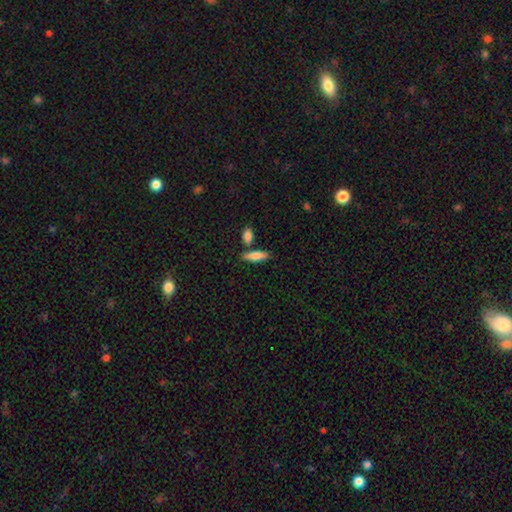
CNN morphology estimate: A smooth galaxy with no disk features (80%) that is cigar-shaped (55%).

Vote fractions:
- Smooth or featured? smooth: 80% / featured or disk: 14% / star or artifact: 6%
- How rounded? cigar-shaped: 55% / in between: 43% / round: 3%
- Merging? none: 73% / merger: 13% / minor disturbance: 11% / major disturbance: 3%